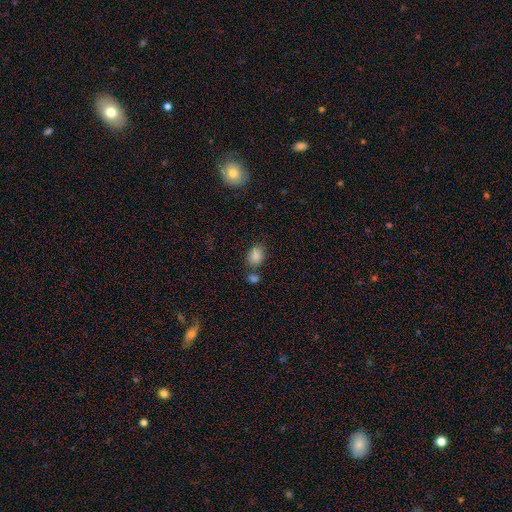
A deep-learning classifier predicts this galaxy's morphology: Q: Smooth or featured?
A: smooth (86%); runner-up: star or artifact (9%)
Q: How rounded?
A: in between (71%); runner-up: round (27%)
Q: Merging?
A: none (66%); runner-up: merger (15%)